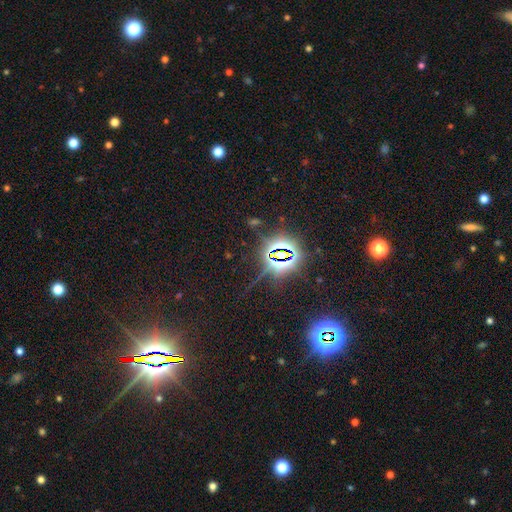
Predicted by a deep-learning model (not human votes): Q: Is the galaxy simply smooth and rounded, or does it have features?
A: star or artifact — 83%.